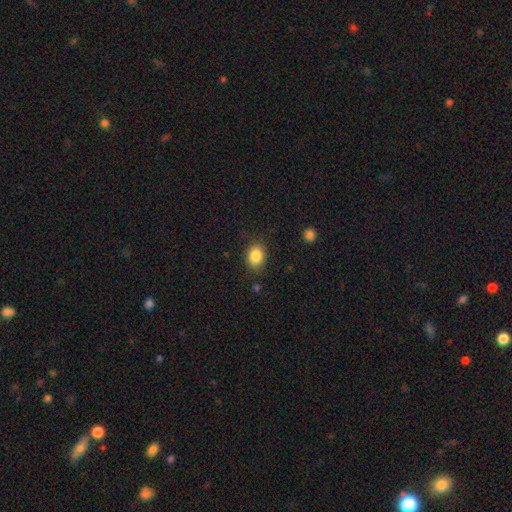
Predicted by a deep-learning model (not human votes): smooth 86%, star or artifact 9%, featured or disk 6%. Down the decision tree: how rounded — in between (64%); merging — none (82%).